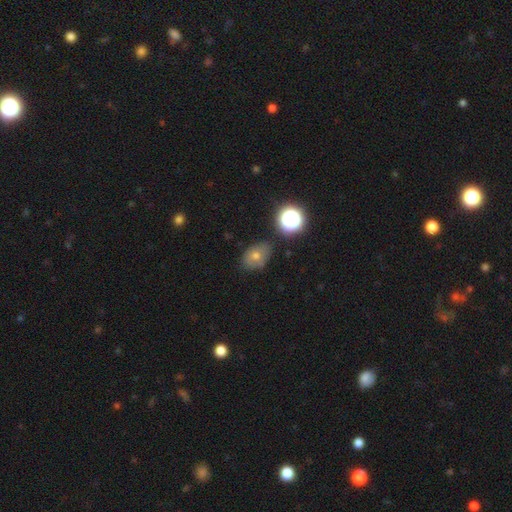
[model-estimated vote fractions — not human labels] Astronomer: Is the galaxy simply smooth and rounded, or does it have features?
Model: smooth — 60%.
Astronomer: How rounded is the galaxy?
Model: in between — 69%.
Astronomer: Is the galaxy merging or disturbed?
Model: none — 78%.